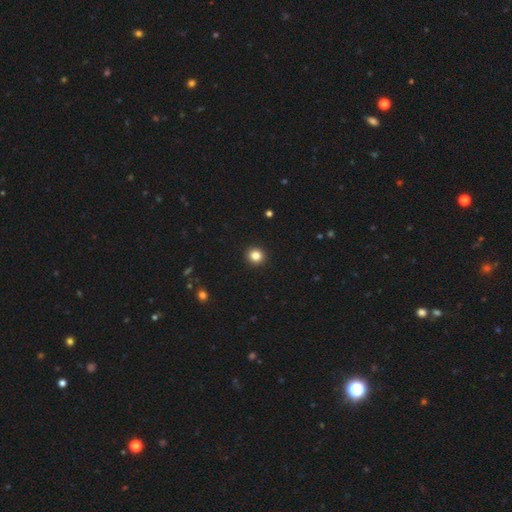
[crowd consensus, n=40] A smooth galaxy with no disk features (82%) that is round (85%).

Vote fractions:
- Smooth or featured? smooth: 82% / featured or disk: 10% / star or artifact: 8%
- How rounded? round: 85% / in between: 15% / cigar-shaped: 0%
- Merging? none: 97% / major disturbance: 3% / minor disturbance: 0% / merger: 0%